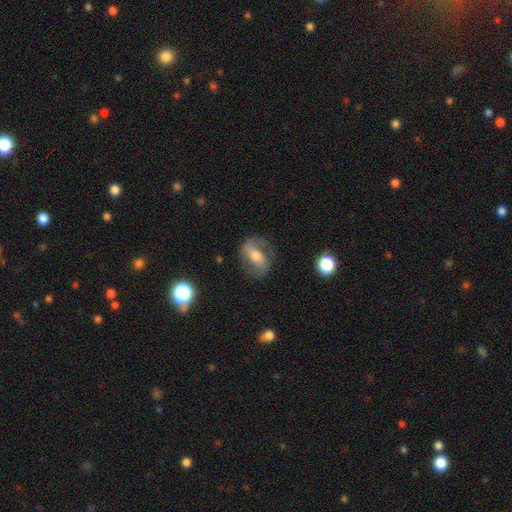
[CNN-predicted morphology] Smooth or featured? Predicted: featured or disk (p=0.62). Edge-on disk? Predicted: no (p=0.94). Bar? Predicted: strong (p=0.41). Spiral arms? Predicted: yes (p=0.75). Bulge size? Predicted: moderate (p=0.64). Merging? Predicted: none (p=0.74).